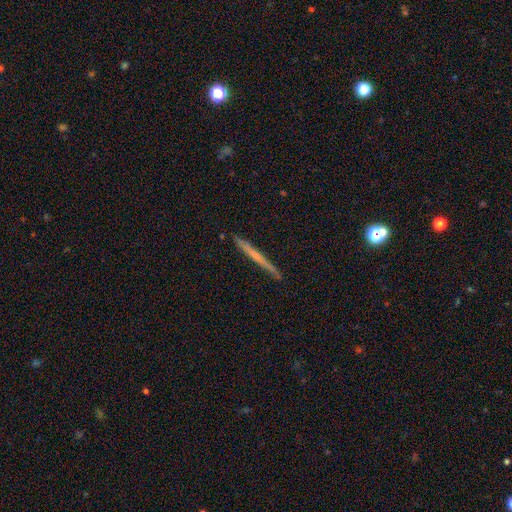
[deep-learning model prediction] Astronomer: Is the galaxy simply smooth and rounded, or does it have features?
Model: featured or disk — 50% (runner-up: smooth, 44%).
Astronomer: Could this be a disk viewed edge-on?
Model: yes — 97%.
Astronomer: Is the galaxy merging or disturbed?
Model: none — 91%.